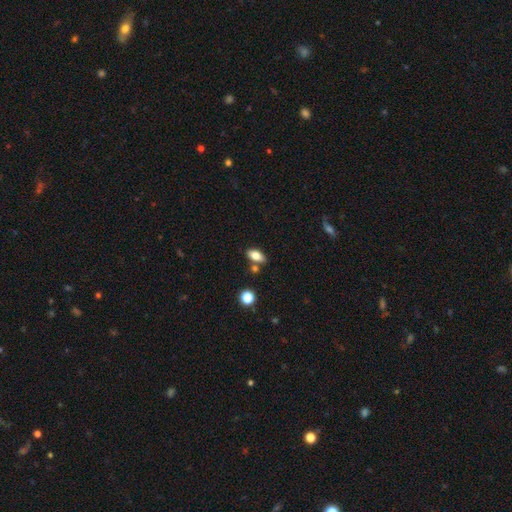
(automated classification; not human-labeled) Morphology: type=smooth (77%); roundness=in between (87%); merging=none (74%).